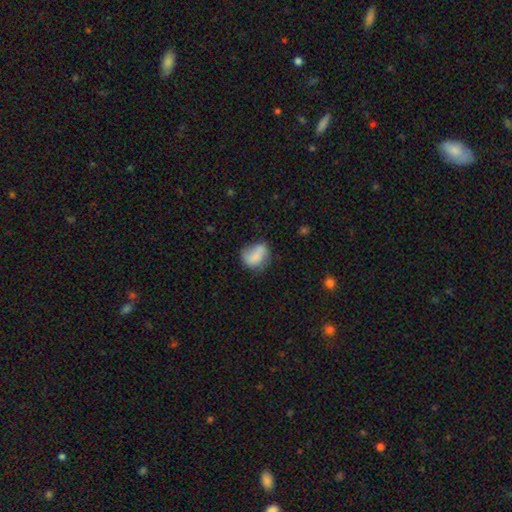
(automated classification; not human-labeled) The model was most divided on "how rounded": in between: 52%, round: 46%, cigar-shaped: 2%. Remaining: smooth or featured — smooth (69%); merging — none (48%).